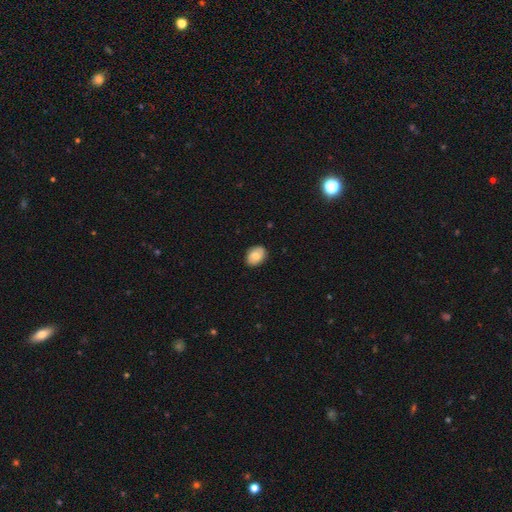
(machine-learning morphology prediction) Smooth or featured? smooth (70%)
How rounded? in between (71%)
Merging? none (87%)